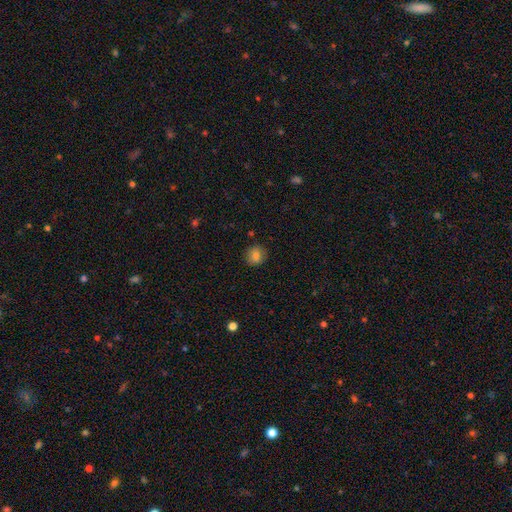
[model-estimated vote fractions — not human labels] smooth_or_featured: smooth (p=0.81) [alt: star or artifact p=0.11]
how_rounded: round (p=0.87) [alt: in between p=0.12]
merging: none (p=0.88) [alt: minor disturbance p=0.09]